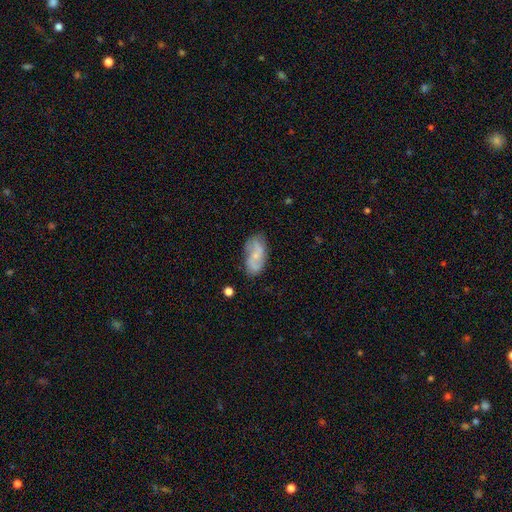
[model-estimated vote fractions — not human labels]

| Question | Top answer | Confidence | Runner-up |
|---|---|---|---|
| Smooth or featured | featured or disk | 61% | smooth (32%) |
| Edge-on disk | no | 94% | yes (6%) |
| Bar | no | 59% | weak (33%) |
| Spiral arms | yes | 86% | no (14%) |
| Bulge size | small | 66% | moderate (23%) |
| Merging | none | 70% | minor disturbance (20%) |